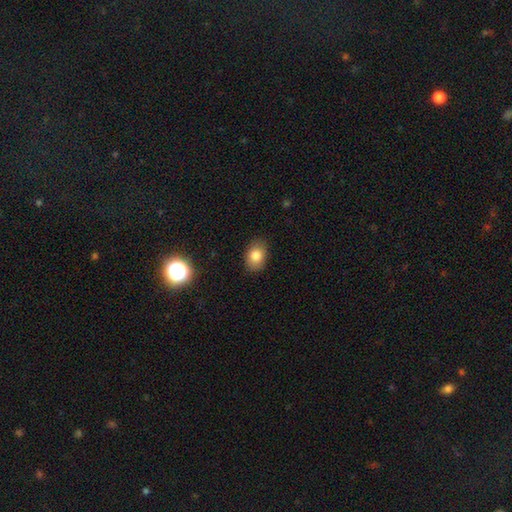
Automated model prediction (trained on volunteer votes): The model was most divided on "how rounded": in between: 72%, round: 27%, cigar-shaped: 1%. More confident: merging — none (85%); smooth or featured — smooth (81%).